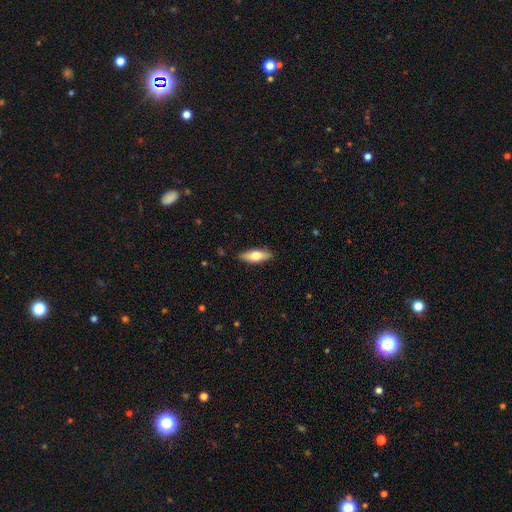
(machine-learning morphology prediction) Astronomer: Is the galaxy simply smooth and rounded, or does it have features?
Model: smooth — 65%.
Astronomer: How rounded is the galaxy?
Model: in between — 64%.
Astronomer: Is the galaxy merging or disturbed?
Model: none — 87%.